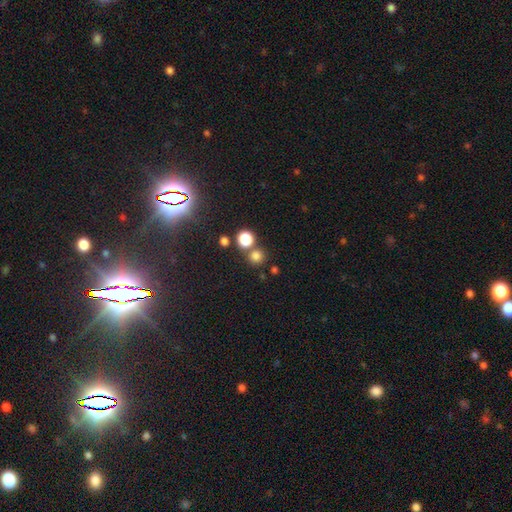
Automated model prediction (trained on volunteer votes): A smooth galaxy with no disk features (76%) that is round (91%).

Vote fractions:
- Smooth or featured? smooth: 76% / star or artifact: 18% / featured or disk: 6%
- How rounded? round: 91% / in between: 8% / cigar-shaped: 1%
- Merging? none: 70% / merger: 20% / minor disturbance: 7% / major disturbance: 3%